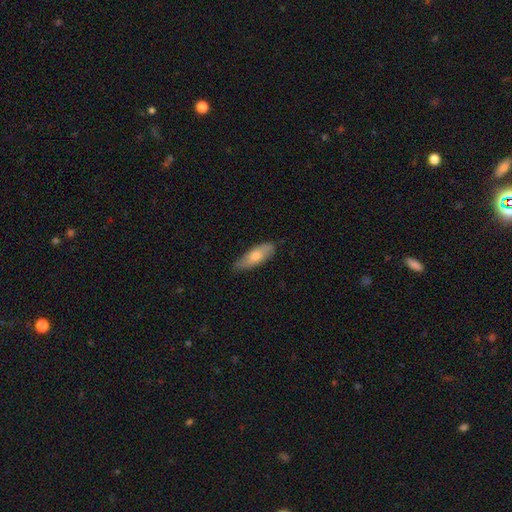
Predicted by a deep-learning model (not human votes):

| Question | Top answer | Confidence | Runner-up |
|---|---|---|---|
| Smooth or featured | smooth | 68% | featured or disk (26%) |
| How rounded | in between | 66% | cigar-shaped (32%) |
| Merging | none | 80% | minor disturbance (17%) |